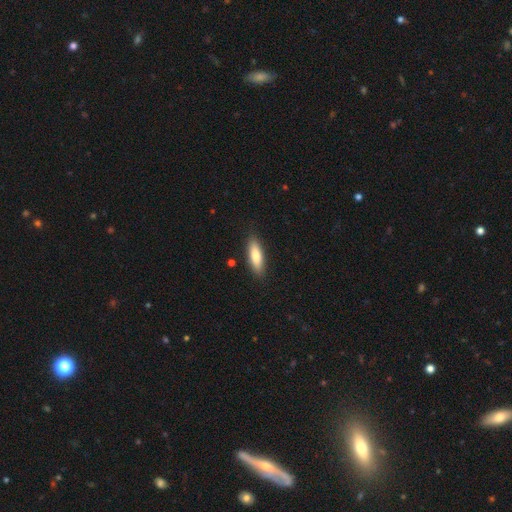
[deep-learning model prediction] Morphology: type=smooth (81%); roundness=in between (50%); merging=none (87%).